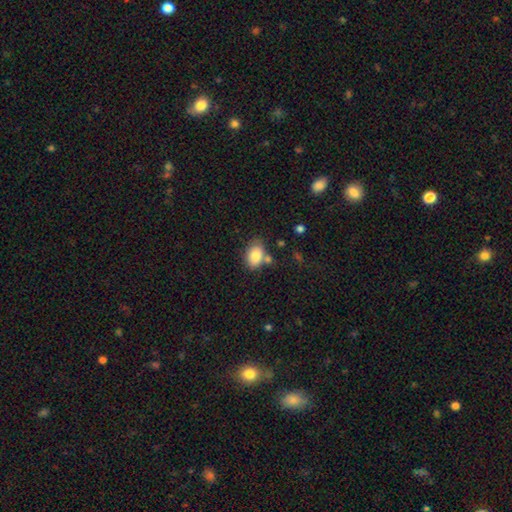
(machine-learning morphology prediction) Smooth or featured? Predicted: smooth (p=0.84). How rounded? Predicted: in between (p=0.84). Merging? Predicted: none (p=0.62).